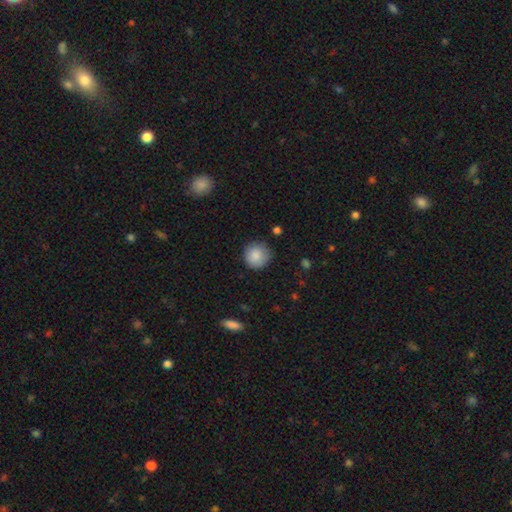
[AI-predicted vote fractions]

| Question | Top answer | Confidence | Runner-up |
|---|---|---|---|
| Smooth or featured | smooth | 87% | star or artifact (8%) |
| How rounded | round | 93% | in between (6%) |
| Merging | none | 83% | minor disturbance (13%) |